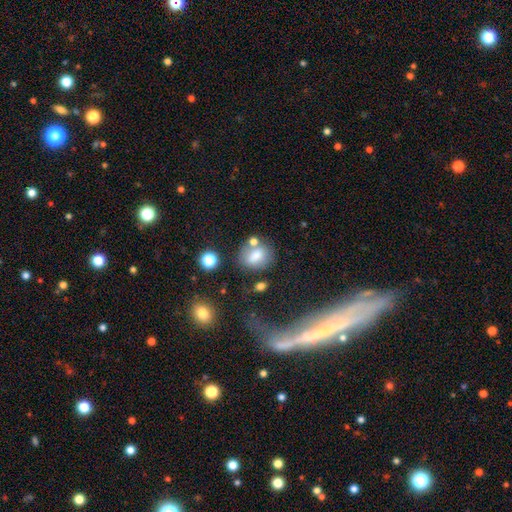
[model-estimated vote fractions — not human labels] Overall: smooth (74%). How rounded: in between (50%; round 48%). Merging: none (61%).